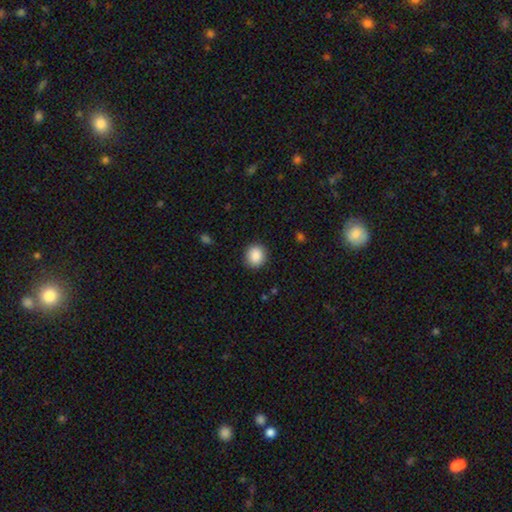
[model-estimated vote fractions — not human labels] The model was most divided on "how rounded": round: 84%, in between: 15%, cigar-shaped: 1%. More confident: merging — none (90%); smooth or featured — smooth (88%).